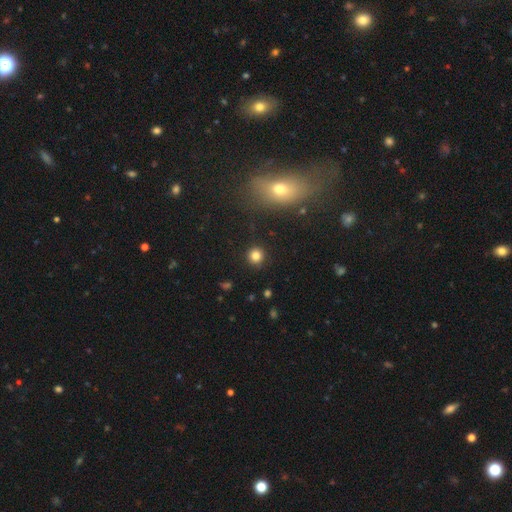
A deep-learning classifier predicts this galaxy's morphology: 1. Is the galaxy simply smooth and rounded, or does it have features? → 82% smooth, 13% star or artifact, 6% featured or disk.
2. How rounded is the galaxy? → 93% round, 6% in between, 1% cigar-shaped.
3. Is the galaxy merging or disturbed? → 91% none, 5% minor disturbance, 2% major disturbance, 1% merger.